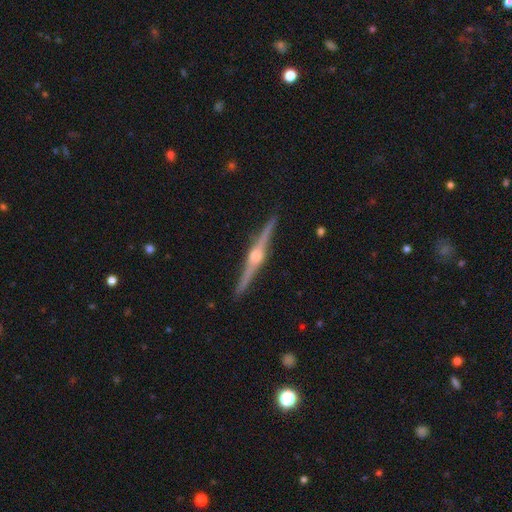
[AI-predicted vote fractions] featured or disk 89%, smooth 6%, star or artifact 5%. Down the decision tree: edge-on disk — yes (99%); edge-on bulge — rounded (91%); merging — none (92%).